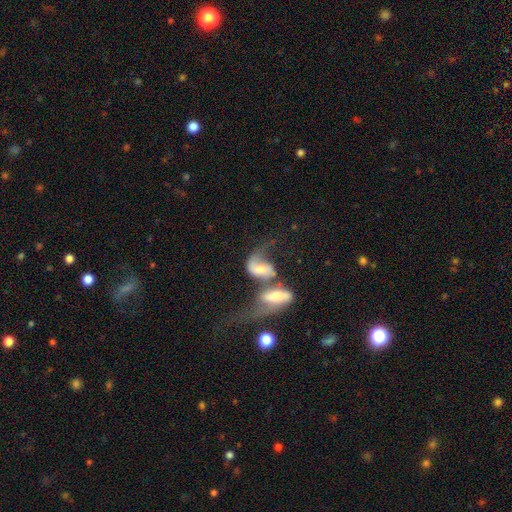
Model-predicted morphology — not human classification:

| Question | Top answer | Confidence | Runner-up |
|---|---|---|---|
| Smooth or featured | featured or disk | 66% | smooth (25%) |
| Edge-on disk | no | 92% | yes (8%) |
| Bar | no | 49% | weak (33%) |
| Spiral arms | yes | 81% | no (19%) |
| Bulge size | moderate | 42% | small (31%) |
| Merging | merger | 72% | major disturbance (13%) |